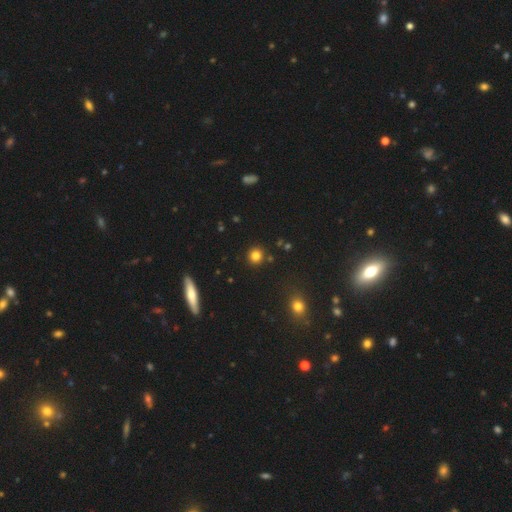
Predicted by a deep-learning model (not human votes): Morphology: type=smooth (82%); roundness=round (91%); merging=none (89%).